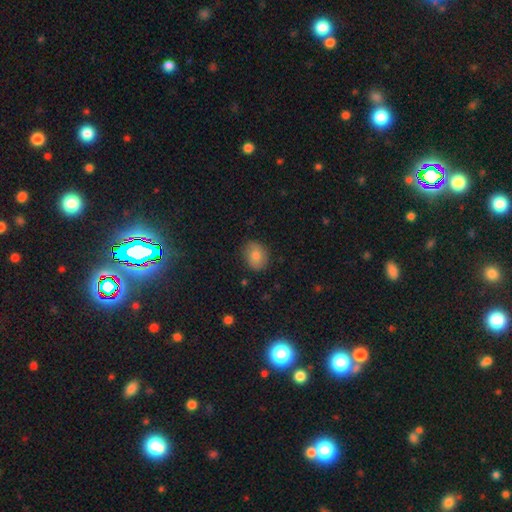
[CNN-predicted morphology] Q: Smooth or featured?
A: smooth (78%); runner-up: featured or disk (11%)
Q: How rounded?
A: in between (56%); runner-up: round (43%)
Q: Merging?
A: none (83%); runner-up: minor disturbance (13%)